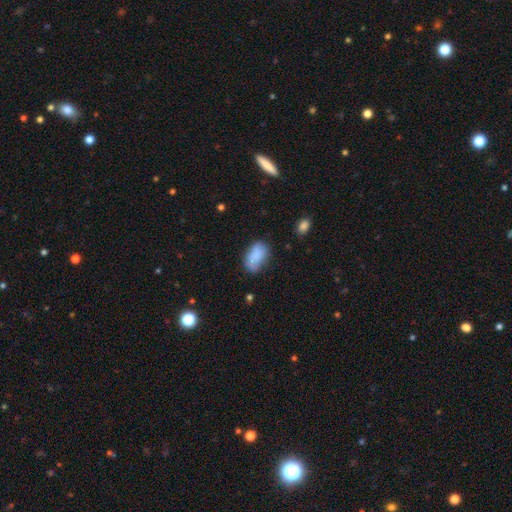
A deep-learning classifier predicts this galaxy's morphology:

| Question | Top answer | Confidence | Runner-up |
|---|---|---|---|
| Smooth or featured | smooth | 83% | featured or disk (10%) |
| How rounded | in between | 91% | round (7%) |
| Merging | none | 64% | minor disturbance (26%) |